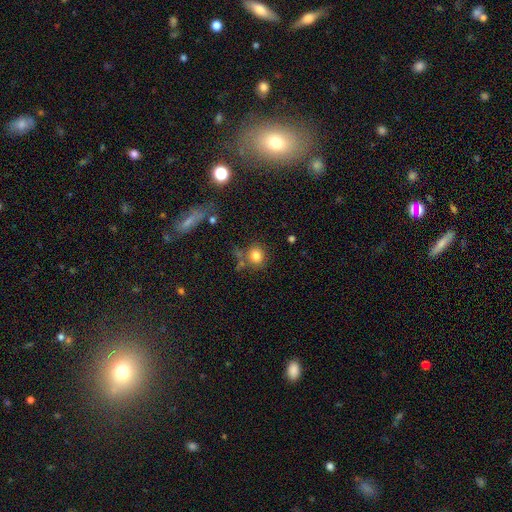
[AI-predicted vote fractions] Smooth or featured? Predicted: smooth (p=0.81). How rounded? Predicted: round (p=0.83). Merging? Predicted: none (p=0.71).